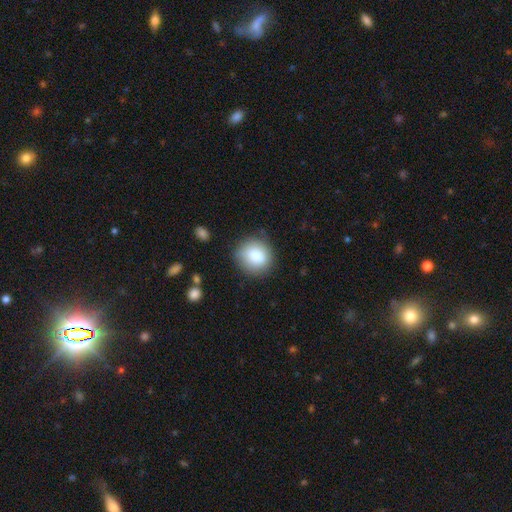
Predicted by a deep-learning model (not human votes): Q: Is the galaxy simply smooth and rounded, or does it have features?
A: smooth — 81%.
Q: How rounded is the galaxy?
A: round — 78%.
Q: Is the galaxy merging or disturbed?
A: none — 82%.